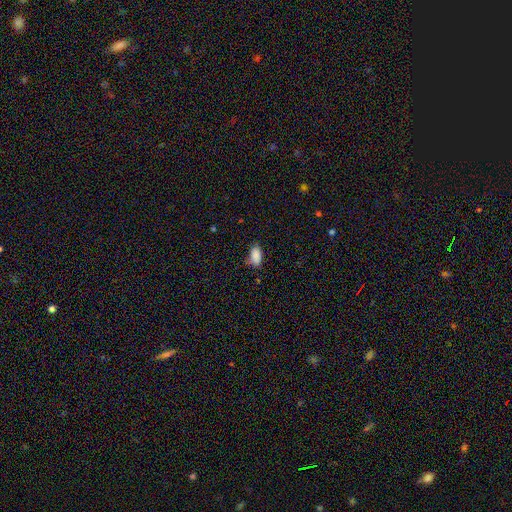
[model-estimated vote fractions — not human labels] Overall: smooth (88%). How rounded: in between (92%). Merging: none (74%).